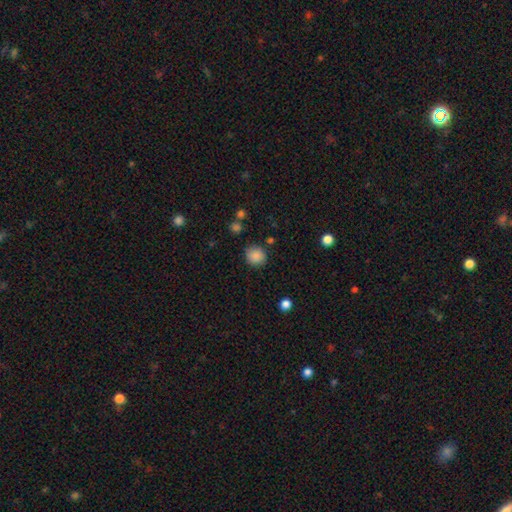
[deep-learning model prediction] Smooth or featured: smooth — 87% (star or artifact — 10%)
How rounded: round — 87% (in between — 12%)
Merging: none — 82% (minor disturbance — 12%)